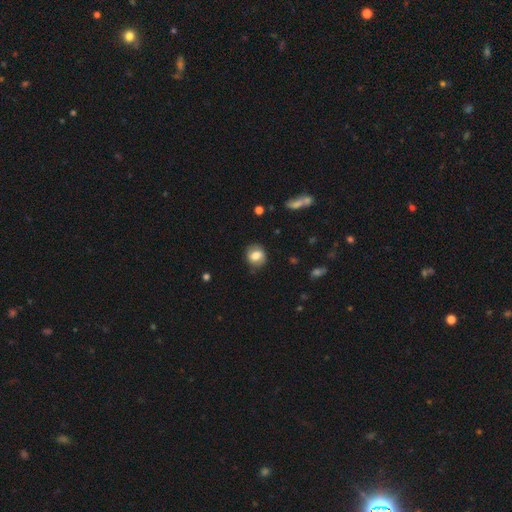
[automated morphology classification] Smooth or featured? smooth (73%)
How rounded? round (70%)
Merging? none (79%)